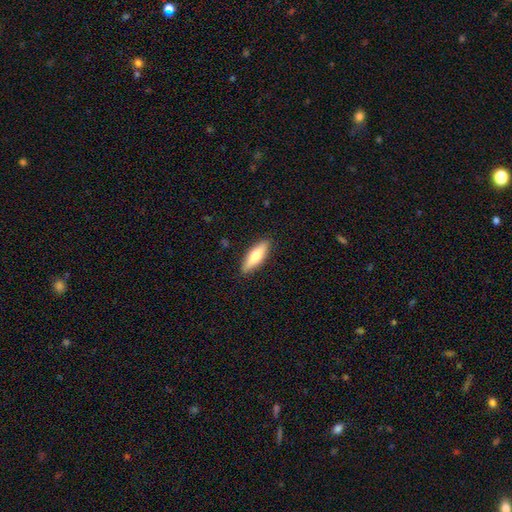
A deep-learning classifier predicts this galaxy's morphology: Q: Smooth or featured?
A: smooth (69%); runner-up: featured or disk (26%)
Q: How rounded?
A: cigar-shaped (54%); runner-up: in between (44%)
Q: Merging?
A: none (89%); runner-up: minor disturbance (9%)